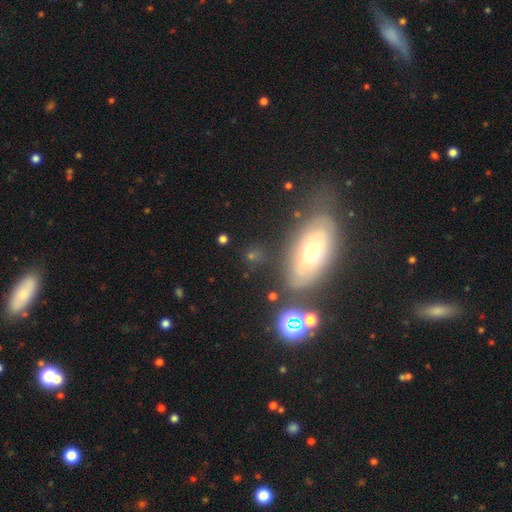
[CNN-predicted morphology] Smooth or featured?
  - smooth: 46% *
  - featured or disk: 29%
  - star or artifact: 25%
Merging?
  - none: 67% *
  - minor disturbance: 17%
  - major disturbance: 9%
  - merger: 7%